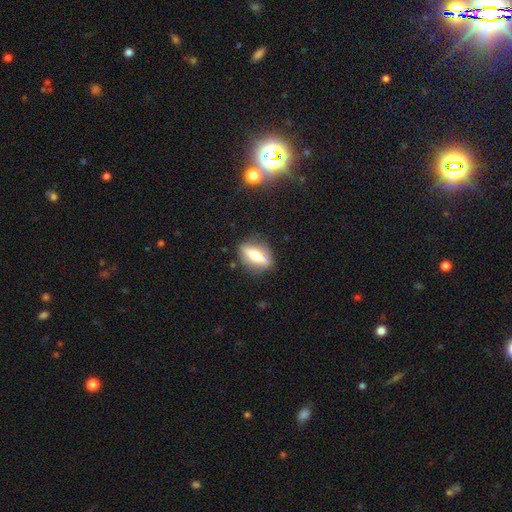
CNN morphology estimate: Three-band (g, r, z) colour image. It shows a featured or disk galaxy (49%). Merging: none (81%).